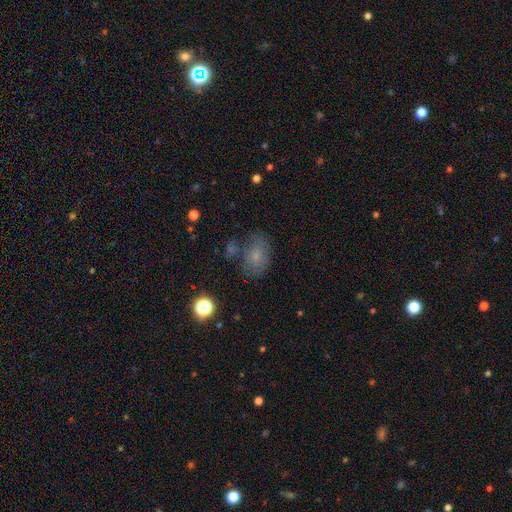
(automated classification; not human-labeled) Smooth or featured?
  - smooth: 70% *
  - featured or disk: 16%
  - star or artifact: 14%
How rounded?
  - in between: 70% *
  - round: 29%
  - cigar-shaped: 1%
Merging?
  - none: 59% *
  - minor disturbance: 21%
  - merger: 10%
  - major disturbance: 10%